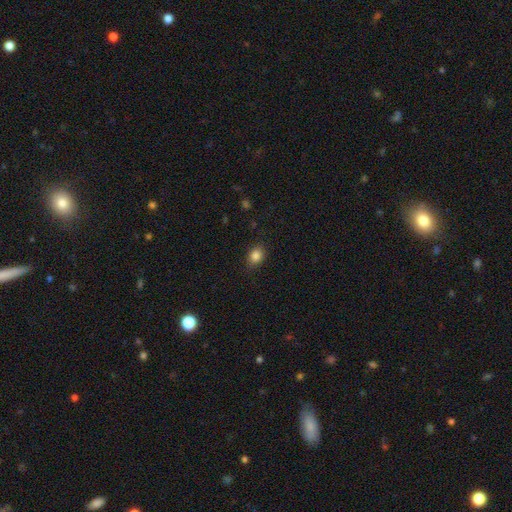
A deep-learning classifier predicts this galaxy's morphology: A smooth galaxy with no disk features (85%) that is in between round and cigar-shaped (59%). Merging: none (86%).